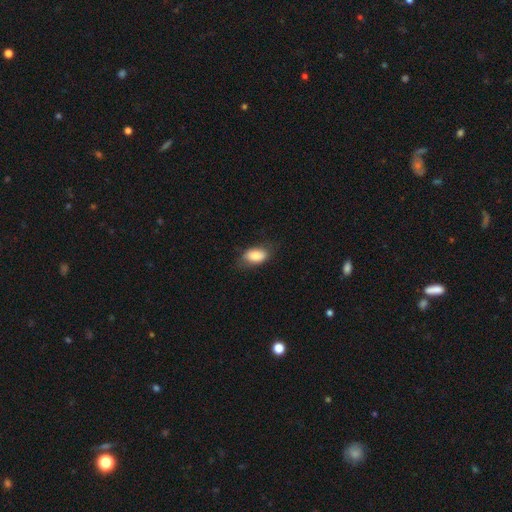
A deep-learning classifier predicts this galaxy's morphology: smooth-or-featured: smooth: 82% | featured or disk: 11% | star or artifact: 7%
  how-rounded: in between: 91% | round: 7% | cigar-shaped: 2%
  merging: none: 74% | minor disturbance: 19% | major disturbance: 5% | merger: 1%